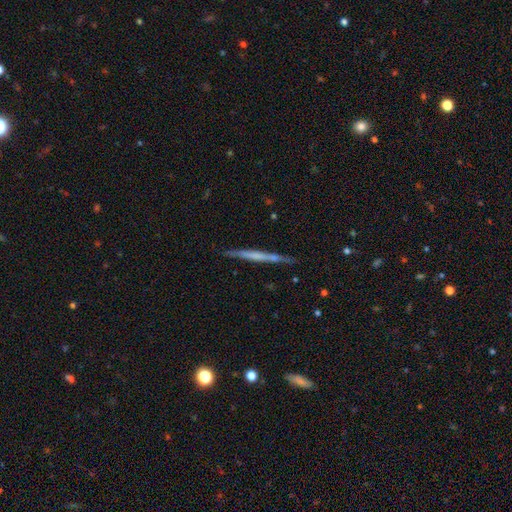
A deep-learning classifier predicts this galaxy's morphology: smooth_or_featured: featured or disk (p=0.57) [alt: smooth p=0.38]
disk_edge_on: yes (p=0.97) [alt: no p=0.03]
edge_on_bulge: none (p=0.72) [alt: boxy p=0.14]
merging: none (p=0.85) [alt: minor disturbance p=0.11]